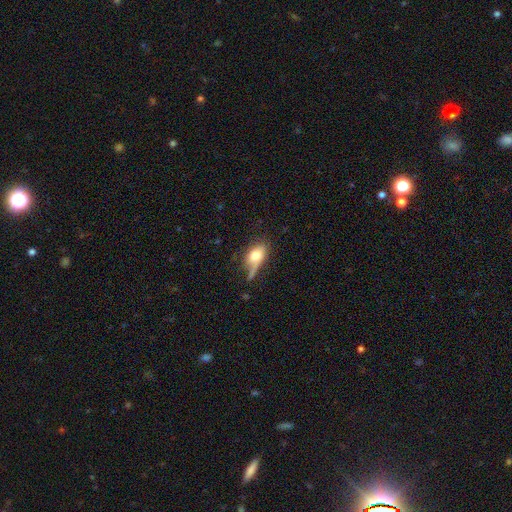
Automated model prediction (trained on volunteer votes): The model was most divided on "merging": none: 38%, minor disturbance: 27%, major disturbance: 22%, merger: 13%. More confident: how rounded — in between (82%); smooth or featured — smooth (70%).